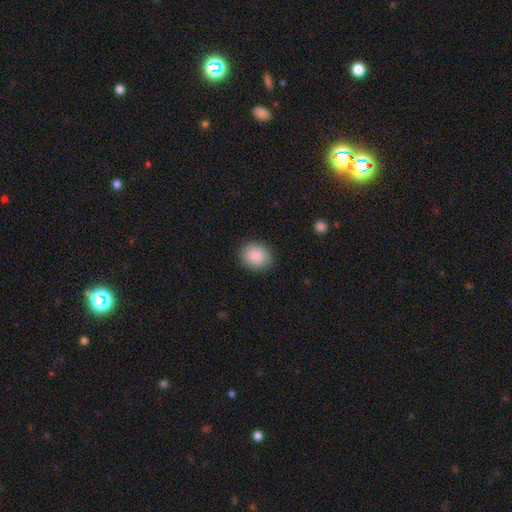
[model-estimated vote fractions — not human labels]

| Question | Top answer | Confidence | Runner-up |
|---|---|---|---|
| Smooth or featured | smooth | 88% | star or artifact (7%) |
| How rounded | round | 69% | in between (30%) |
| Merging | none | 89% | minor disturbance (8%) |